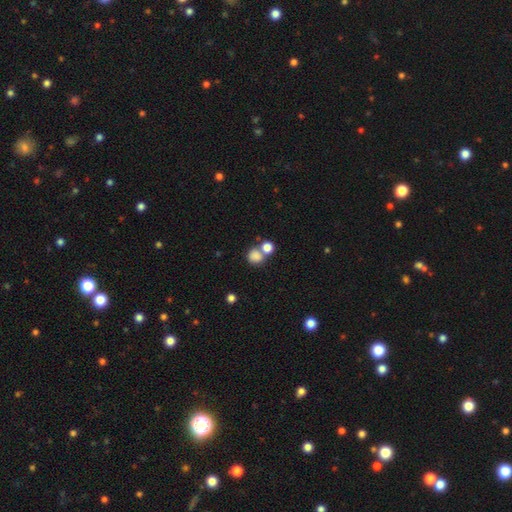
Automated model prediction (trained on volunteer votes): Morphology: type=smooth (81%); roundness=round (74%); merging=none (42%, tied with merger).